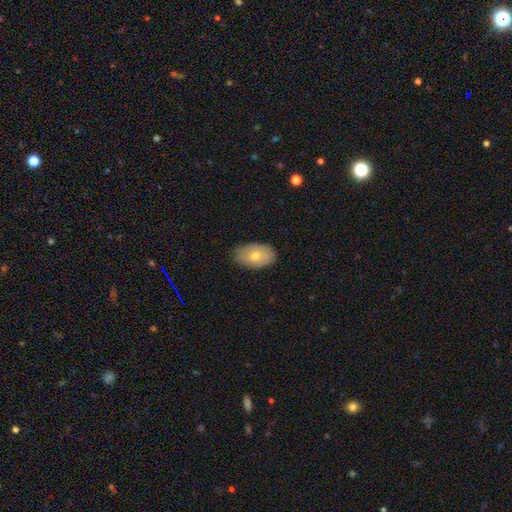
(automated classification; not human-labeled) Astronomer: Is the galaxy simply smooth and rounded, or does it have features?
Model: smooth — 69%.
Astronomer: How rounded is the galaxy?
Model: in between — 91%.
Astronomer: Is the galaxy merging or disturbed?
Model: none — 82%.